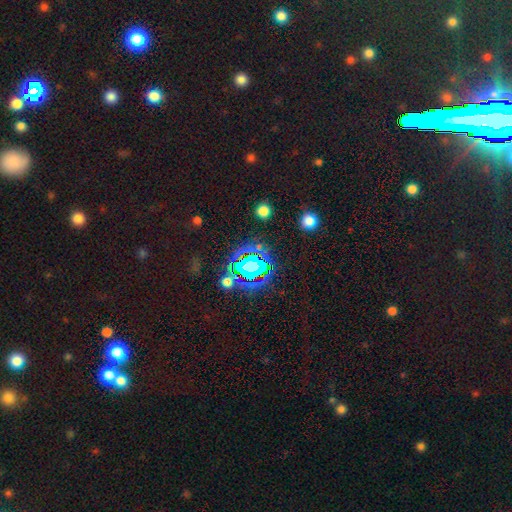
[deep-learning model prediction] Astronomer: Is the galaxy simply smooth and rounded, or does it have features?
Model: star or artifact — 80%.